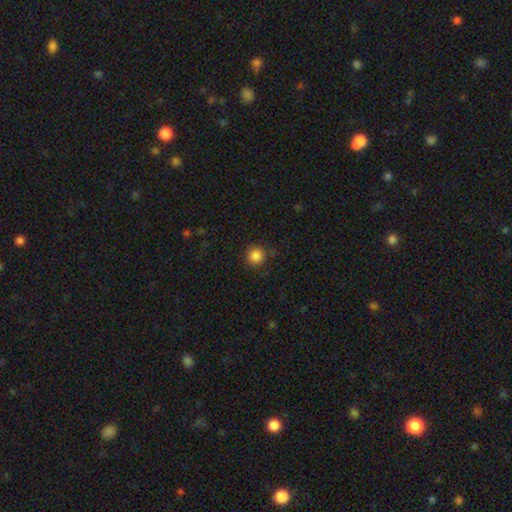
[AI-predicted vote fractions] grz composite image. It shows a smooth galaxy with no disk features (86%) that is round (94%). Merging: none (86%).